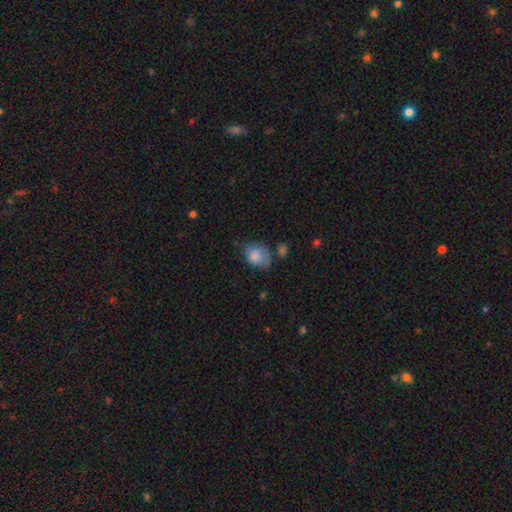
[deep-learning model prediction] Q: Smooth or featured?
A: smooth (81%); runner-up: featured or disk (10%)
Q: How rounded?
A: in between (58%); runner-up: round (41%)
Q: Merging?
A: none (46%); runner-up: minor disturbance (34%)